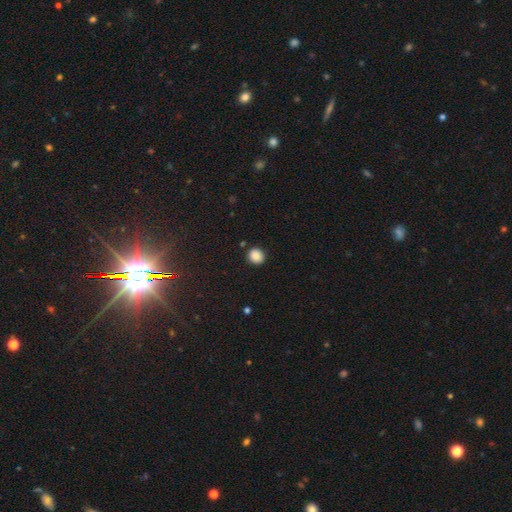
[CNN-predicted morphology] The model was most divided on "how rounded": round: 78%, in between: 21%, cigar-shaped: 1%. More confident: smooth or featured — smooth (87%); merging — none (87%).